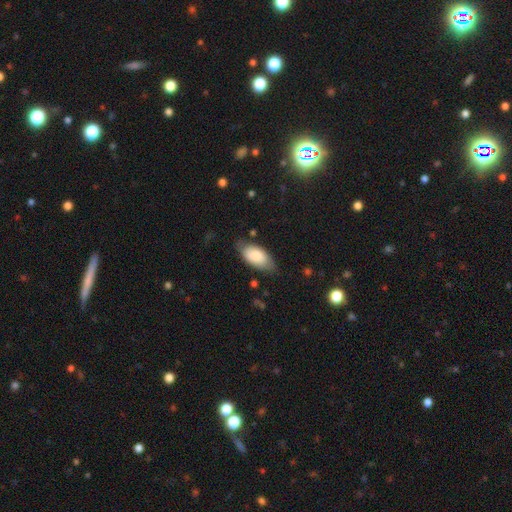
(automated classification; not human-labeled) Q: Smooth or featured?
A: smooth (81%); runner-up: featured or disk (13%)
Q: How rounded?
A: in between (93%); runner-up: cigar-shaped (5%)
Q: Merging?
A: none (67%); runner-up: minor disturbance (25%)